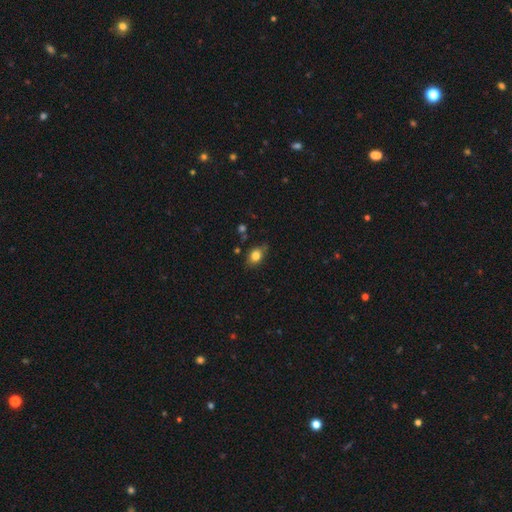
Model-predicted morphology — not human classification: type=smooth (80%); roundness=in between (66%); merging=none (70%).